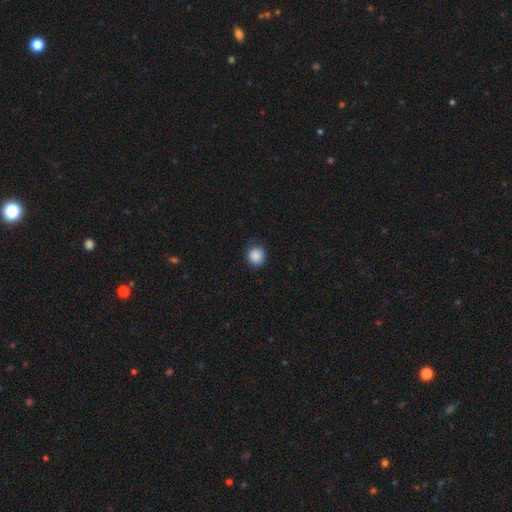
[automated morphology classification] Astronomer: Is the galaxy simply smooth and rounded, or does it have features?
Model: smooth — 89%.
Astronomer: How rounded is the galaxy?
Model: round — 88%.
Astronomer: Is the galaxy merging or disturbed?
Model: none — 87%.